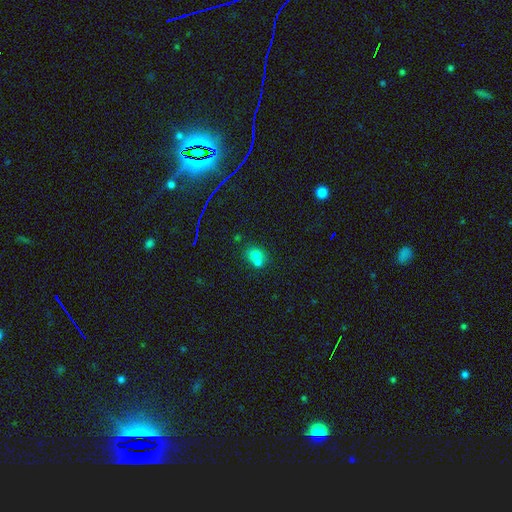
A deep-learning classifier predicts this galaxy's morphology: Smooth or featured?
  - smooth: 70% *
  - featured or disk: 15%
  - star or artifact: 15%
How rounded?
  - round: 67% *
  - in between: 32%
  - cigar-shaped: 1%
Merging?
  - merger: 54% *
  - none: 35%
  - minor disturbance: 8%
  - major disturbance: 3%